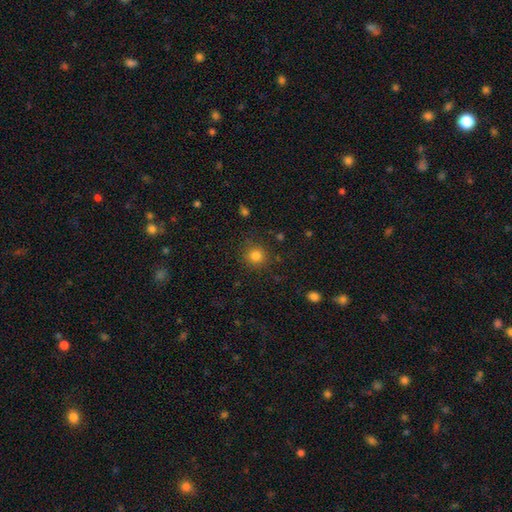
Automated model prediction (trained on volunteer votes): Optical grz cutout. It shows a smooth galaxy with no disk features (82%) that is round (91%). Merging: none (86%).